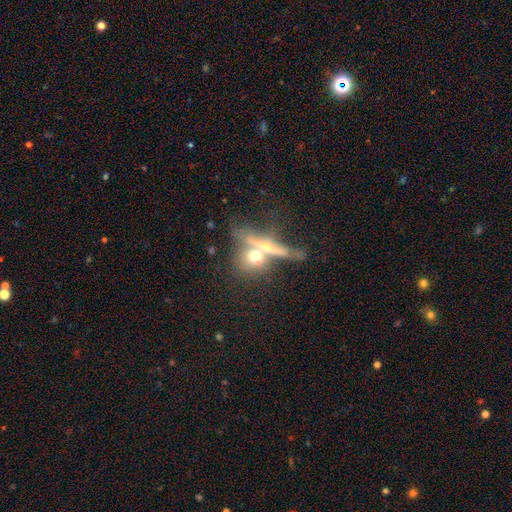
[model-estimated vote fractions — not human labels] A featured or disk galaxy (45%). Merging: merger (51%).